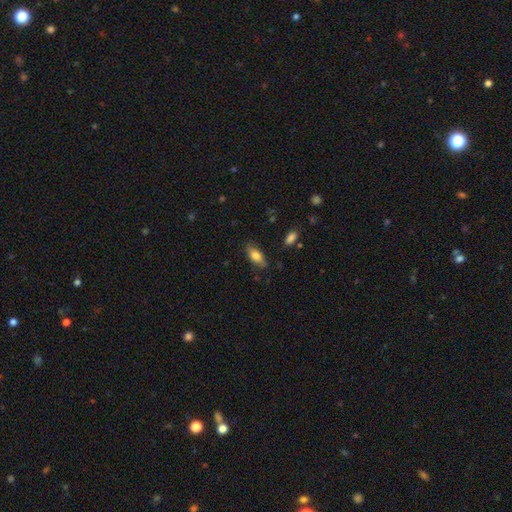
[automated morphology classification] A smooth galaxy with no disk features (75%) that is in between round and cigar-shaped (82%). Merging: none (75%).